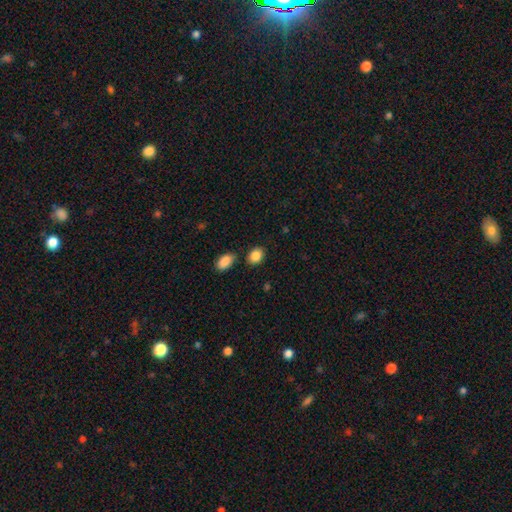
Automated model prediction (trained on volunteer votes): Q: Smooth or featured?
A: smooth (87%); runner-up: star or artifact (8%)
Q: How rounded?
A: in between (64%); runner-up: round (34%)
Q: Merging?
A: none (78%); runner-up: minor disturbance (12%)